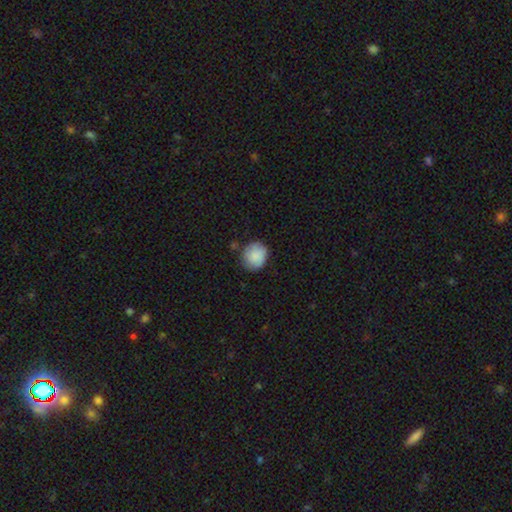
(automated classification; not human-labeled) This is clearly a smooth galaxy (81%). How rounded: likely round (79%). Merging: likely none (75%).